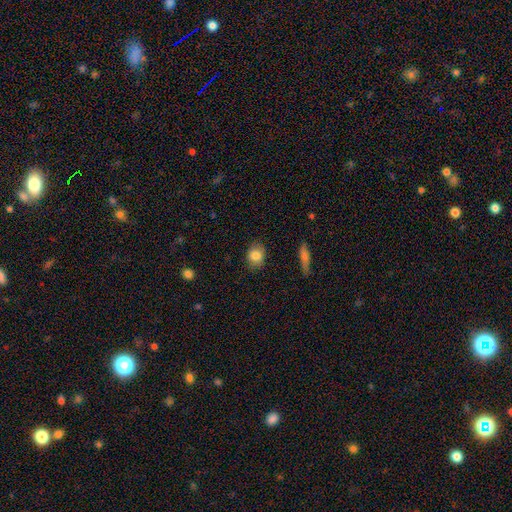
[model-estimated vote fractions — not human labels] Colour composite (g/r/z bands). It shows a smooth galaxy with no disk features (83%) that is round (51%). Merging: none (85%).